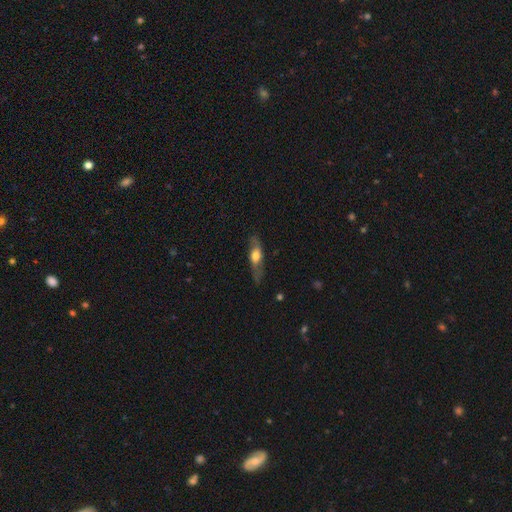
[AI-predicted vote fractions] smooth_or_featured: smooth (p=0.48) [alt: featured or disk p=0.45]
merging: none (p=0.65) [alt: minor disturbance p=0.23]